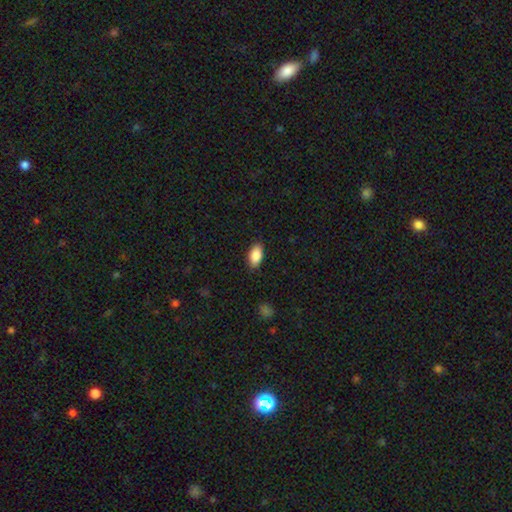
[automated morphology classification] smooth_or_featured: smooth (p=0.87) [alt: star or artifact p=0.07]
how_rounded: in between (p=0.93) [alt: cigar-shaped p=0.04]
merging: none (p=0.87) [alt: minor disturbance p=0.09]